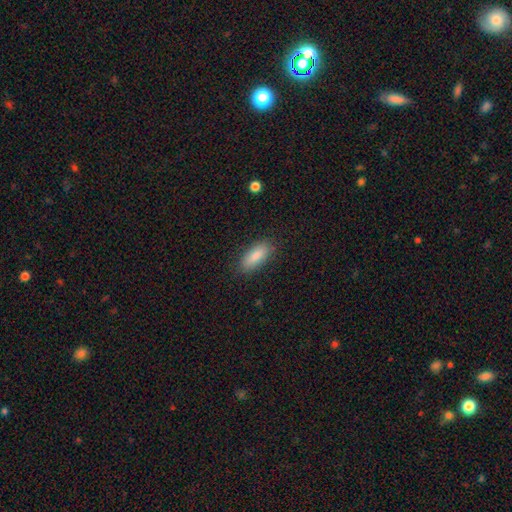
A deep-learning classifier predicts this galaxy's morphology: Smooth or featured?
  - smooth: 84% *
  - featured or disk: 9%
  - star or artifact: 7%
How rounded?
  - in between: 76% *
  - cigar-shaped: 21%
  - round: 2%
Merging?
  - none: 86% *
  - minor disturbance: 10%
  - major disturbance: 2%
  - merger: 1%